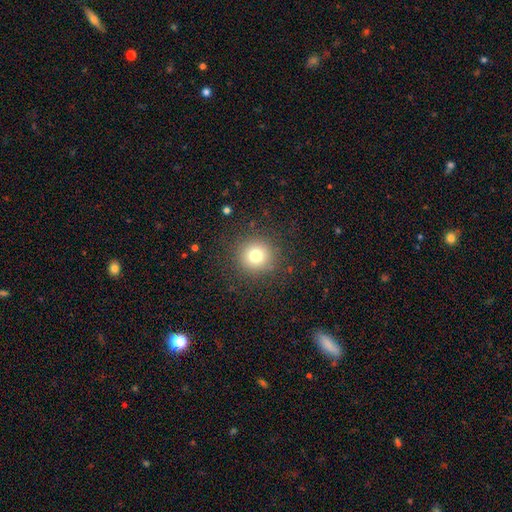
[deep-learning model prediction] Smooth or featured? smooth (77%)
How rounded? round (94%)
Merging? none (89%)